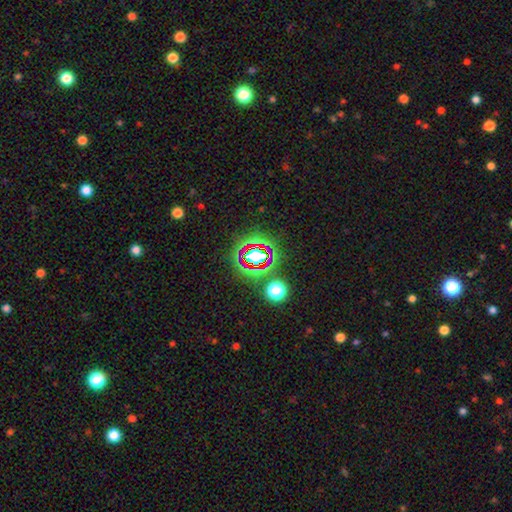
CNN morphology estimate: Smooth or featured? star or artifact (63%)